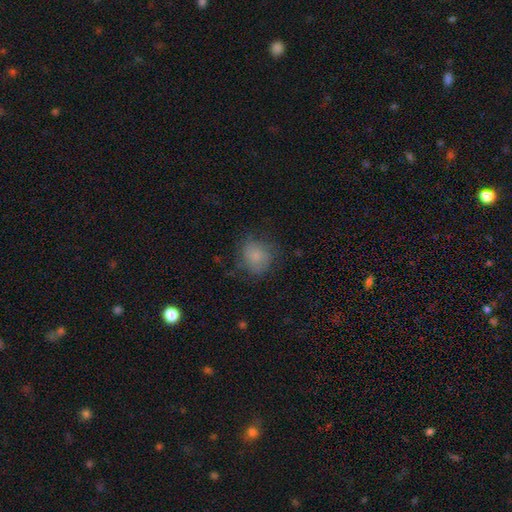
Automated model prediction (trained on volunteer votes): smooth 73%, featured or disk 17%, star or artifact 10%. Down the decision tree: how rounded — round (77%); merging — none (62%).